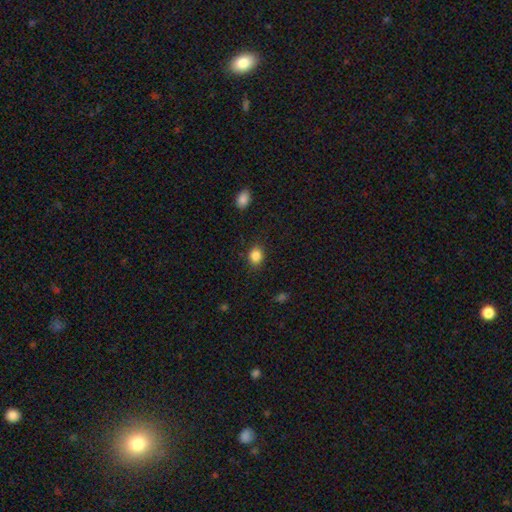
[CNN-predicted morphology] This appears to be a smooth galaxy with no disk features (86%) that is round (58%). Merging: none (85%).